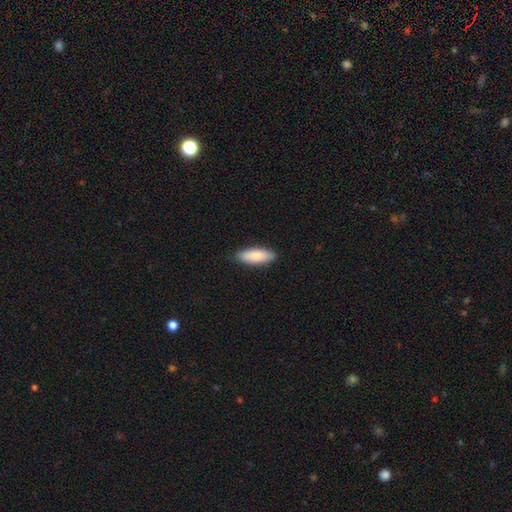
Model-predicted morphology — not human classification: This appears to be a smooth galaxy with no disk features (87%) that is in between round and cigar-shaped (65%). Merging: none (89%).